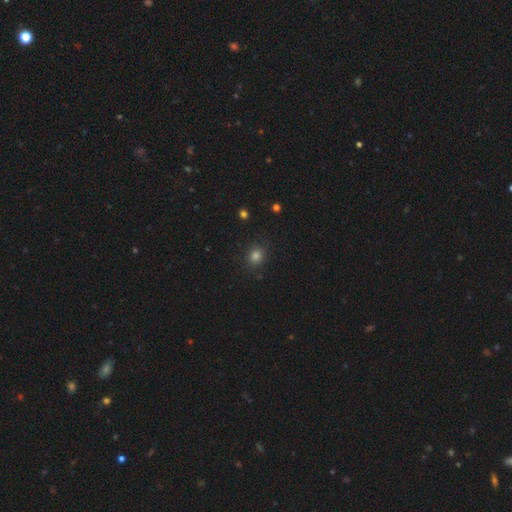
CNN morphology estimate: This appears to be a smooth galaxy with no disk features (80%) that is round (82%). Merging: none (89%).